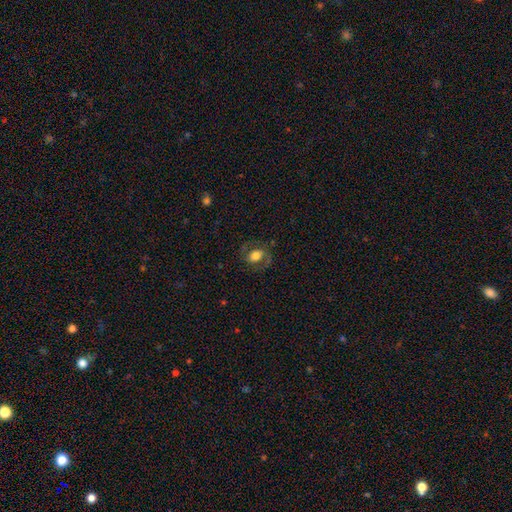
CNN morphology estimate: A smooth galaxy with no disk features (50%) that is in between round and cigar-shaped (69%). Merging: none (72%).